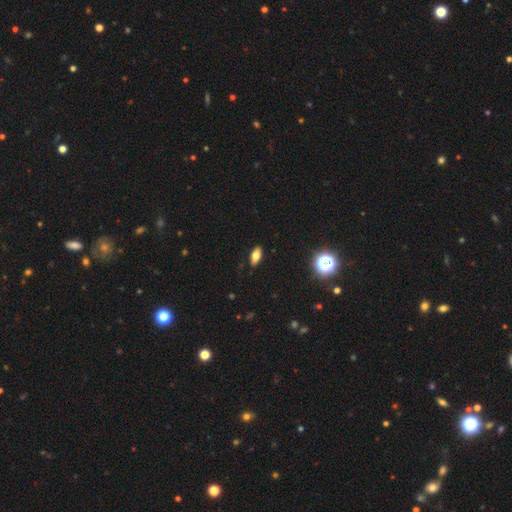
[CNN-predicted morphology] Q: Smooth or featured?
A: smooth (72%); runner-up: featured or disk (17%)
Q: How rounded?
A: in between (85%); runner-up: cigar-shaped (10%)
Q: Merging?
A: none (87%); runner-up: minor disturbance (9%)